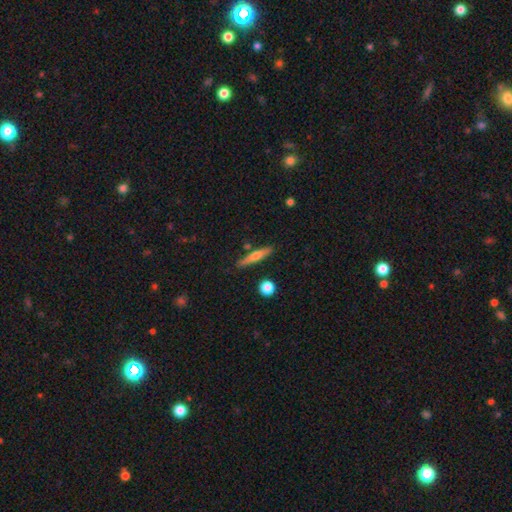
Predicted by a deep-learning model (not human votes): Smooth or featured?
  - smooth: 53% *
  - featured or disk: 41%
  - star or artifact: 7%
How rounded?
  - cigar-shaped: 88% *
  - in between: 9%
  - round: 3%
Merging?
  - none: 82% *
  - minor disturbance: 11%
  - merger: 5%
  - major disturbance: 2%